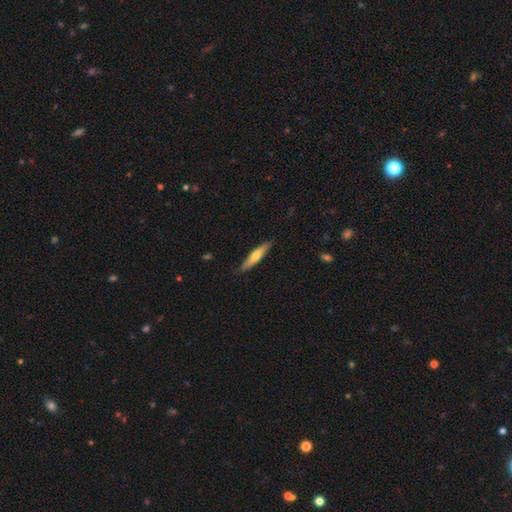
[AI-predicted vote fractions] Q: Smooth or featured?
A: smooth (57%); runner-up: featured or disk (38%)
Q: How rounded?
A: cigar-shaped (85%); runner-up: in between (13%)
Q: Merging?
A: none (87%); runner-up: minor disturbance (10%)